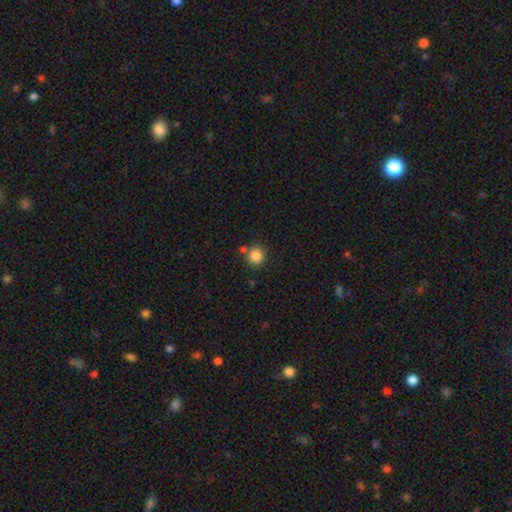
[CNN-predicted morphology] Smooth or featured? Predicted: smooth (p=0.86). How rounded? Predicted: round (p=0.90). Merging? Predicted: none (p=0.74).